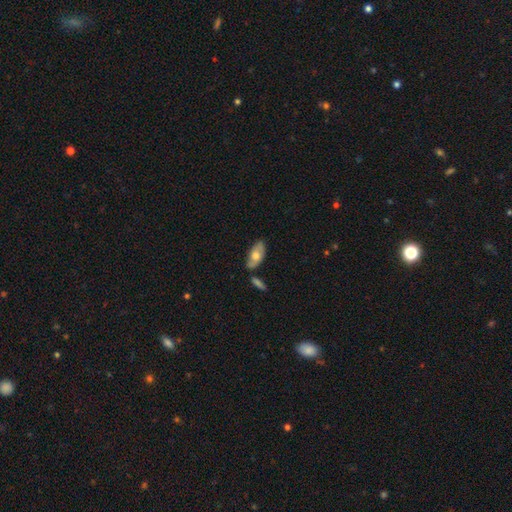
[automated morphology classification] A smooth galaxy with no disk features (61%) that is in between round and cigar-shaped (88%). Merging: none (69%).